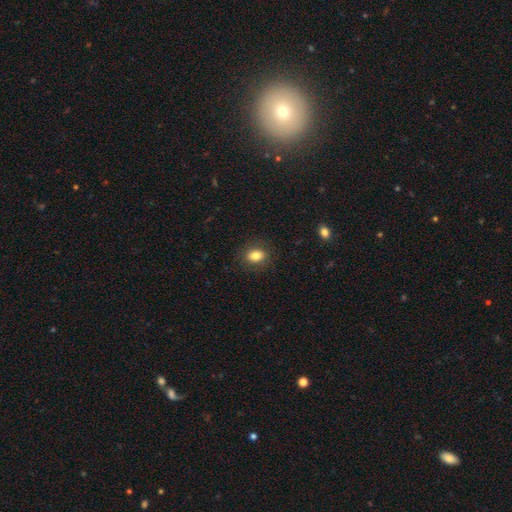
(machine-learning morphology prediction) Q: Smooth or featured?
A: smooth (83%); runner-up: star or artifact (9%)
Q: How rounded?
A: in between (69%); runner-up: round (30%)
Q: Merging?
A: none (86%); runner-up: minor disturbance (10%)